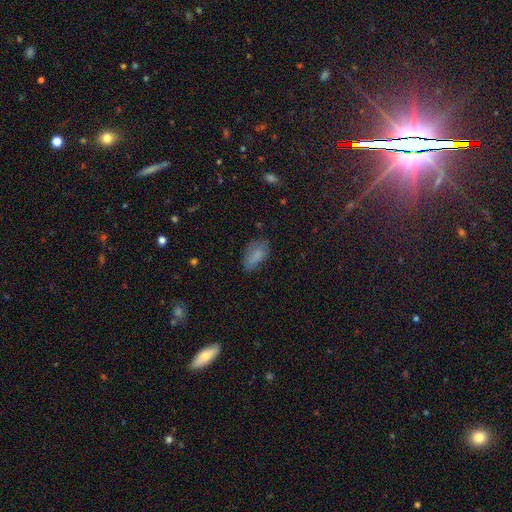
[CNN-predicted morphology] This is likely a smooth galaxy (80%). How rounded: clearly in between (89%). Merging: likely none (61%).